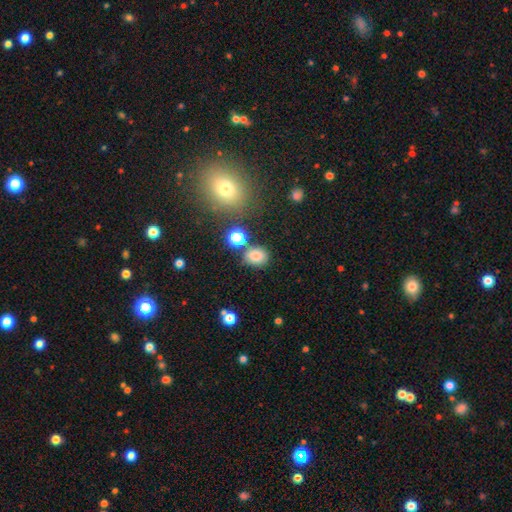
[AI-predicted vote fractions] Smooth or featured? smooth (77%)
How rounded? in between (50%)
Merging? none (74%)